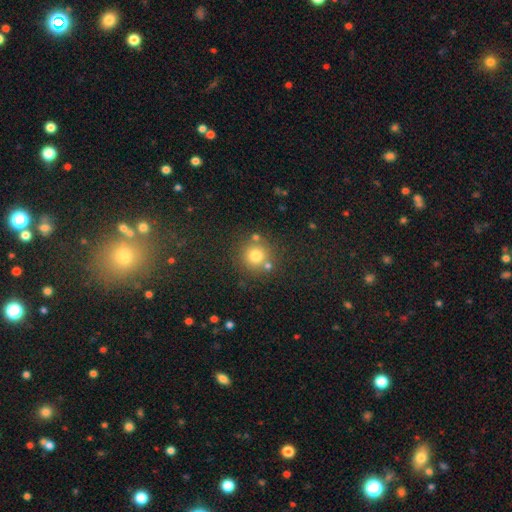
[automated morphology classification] smooth 77%, star or artifact 15%, featured or disk 9%. Down the decision tree: how rounded — round (93%); merging — none (75%).